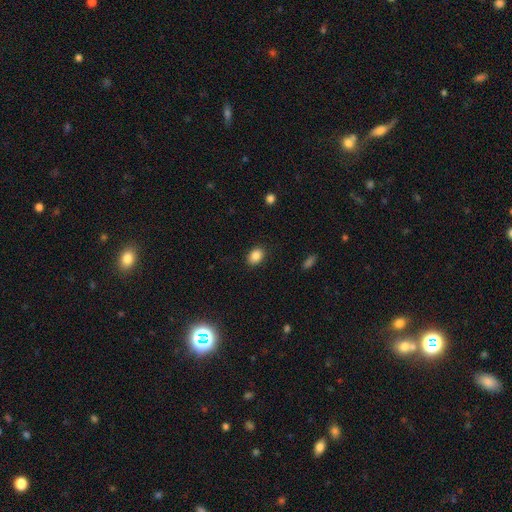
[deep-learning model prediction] A smooth galaxy with no disk features (87%) that is in between round and cigar-shaped (69%). Merging: none (88%).